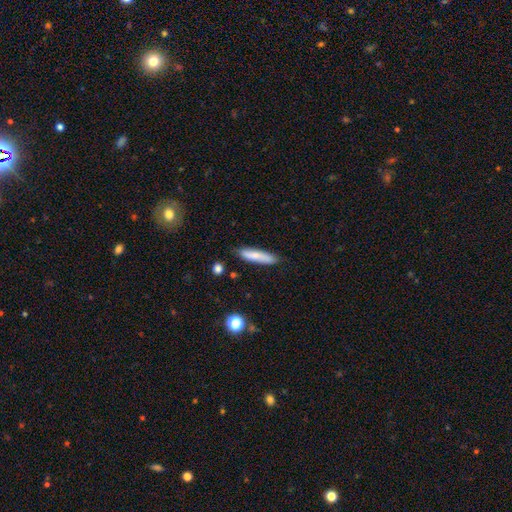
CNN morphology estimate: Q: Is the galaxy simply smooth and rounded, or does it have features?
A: smooth — 75%.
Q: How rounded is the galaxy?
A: cigar-shaped — 81%.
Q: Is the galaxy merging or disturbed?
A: none — 82%.